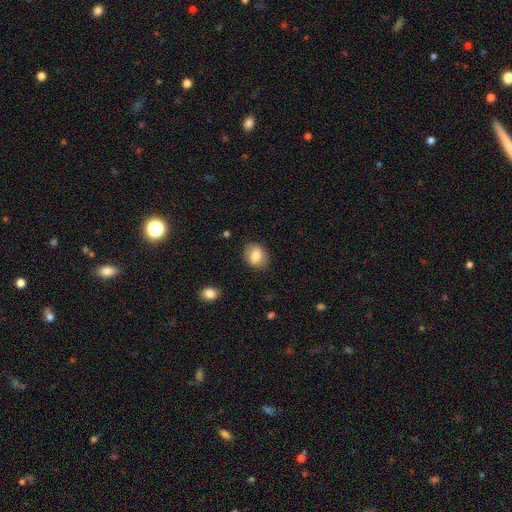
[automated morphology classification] A smooth galaxy with no disk features (80%) that is in between round and cigar-shaped (60%).

Vote fractions:
- Smooth or featured? smooth: 80% / featured or disk: 12% / star or artifact: 8%
- How rounded? in between: 60% / round: 39% / cigar-shaped: 1%
- Merging? none: 84% / minor disturbance: 12% / major disturbance: 3% / merger: 1%